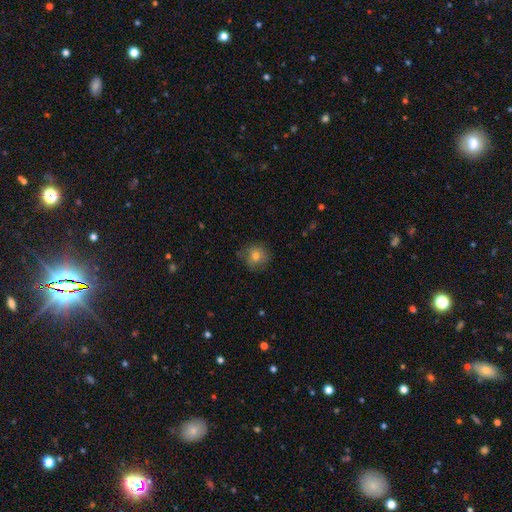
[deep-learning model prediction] Morphology: type=smooth (76%); roundness=round (87%); merging=none (75%).